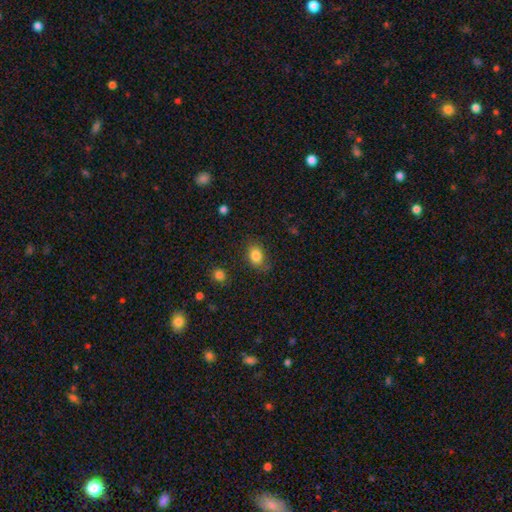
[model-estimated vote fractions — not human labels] Q: Smooth or featured?
A: smooth (83%); runner-up: star or artifact (10%)
Q: How rounded?
A: in between (67%); runner-up: round (32%)
Q: Merging?
A: none (74%); runner-up: minor disturbance (18%)